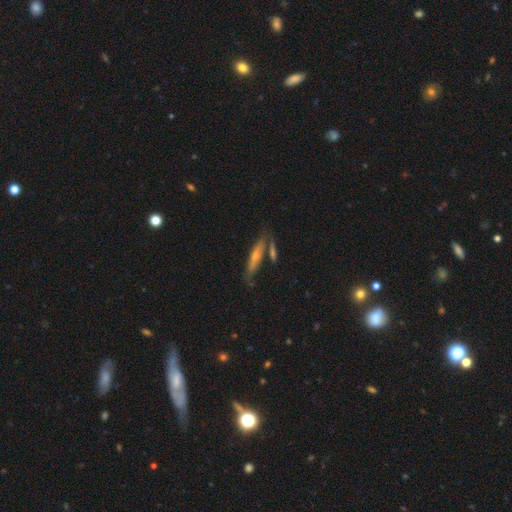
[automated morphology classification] Smooth or featured?
  - featured or disk: 52% *
  - smooth: 39%
  - star or artifact: 8%
Edge-on disk?
  - yes: 78% *
  - no: 22%
Merging?
  - none: 66% *
  - minor disturbance: 16%
  - merger: 13%
  - major disturbance: 5%